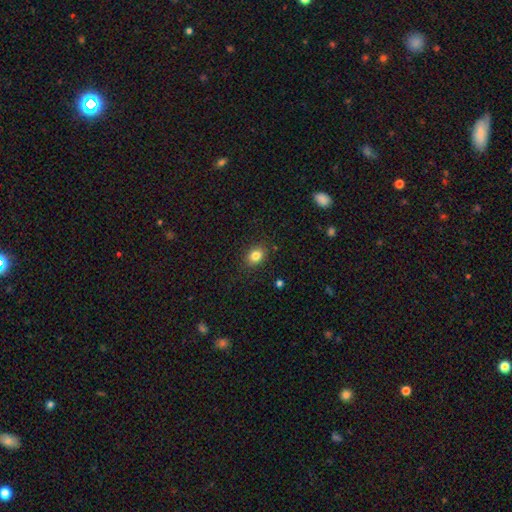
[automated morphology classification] Overall: smooth (83%). How rounded: in between (56%; round 43%). Merging: none (87%).